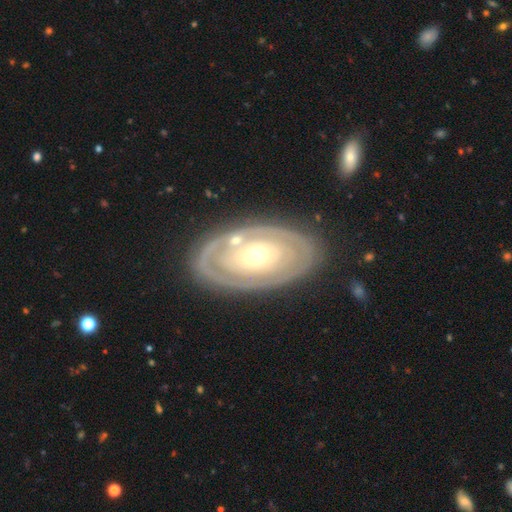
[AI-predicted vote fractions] smooth_or_featured: featured or disk (p=0.78) [alt: smooth p=0.18]
disk_edge_on: no (p=0.93) [alt: yes p=0.07]
bar: no (p=0.83) [alt: weak p=0.12]
has_spiral_arms: yes (p=0.56) [alt: no p=0.44]
bulge_size: moderate (p=0.61) [alt: small p=0.31]
merging: none (p=0.80) [alt: minor disturbance p=0.12]